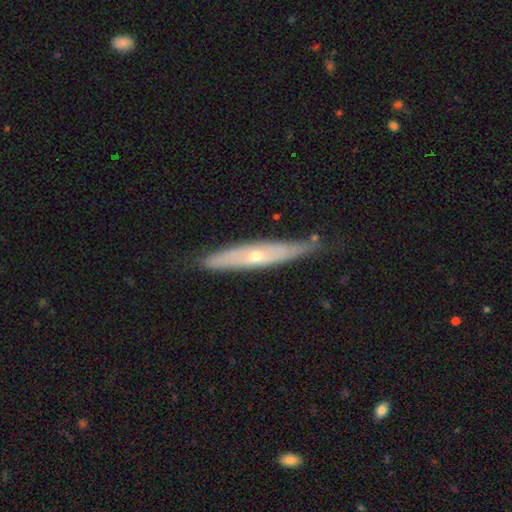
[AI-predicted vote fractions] featured or disk 64%, smooth 29%, star or artifact 6%. Down the decision tree: edge-on disk — yes (69%); merging — none (75%).